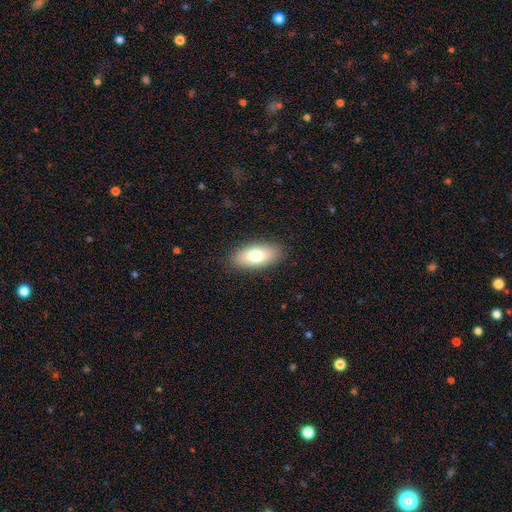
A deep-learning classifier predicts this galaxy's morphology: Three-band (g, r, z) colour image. It shows a smooth galaxy with no disk features (76%) that is in between round and cigar-shaped (89%). Merging: none (88%).